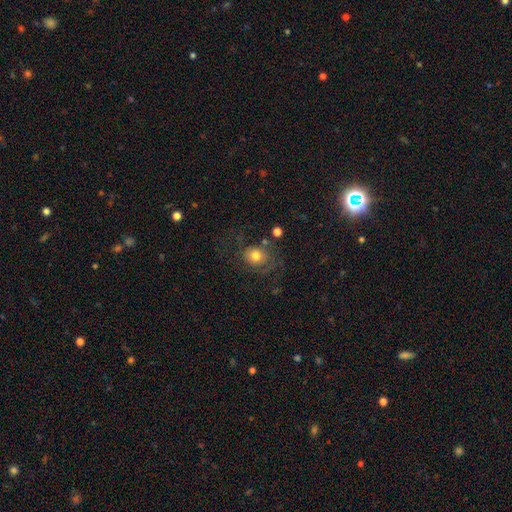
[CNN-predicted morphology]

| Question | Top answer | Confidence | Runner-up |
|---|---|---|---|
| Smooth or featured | smooth | 71% | featured or disk (19%) |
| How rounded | round | 70% | in between (29%) |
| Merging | none | 56% | minor disturbance (20%) |